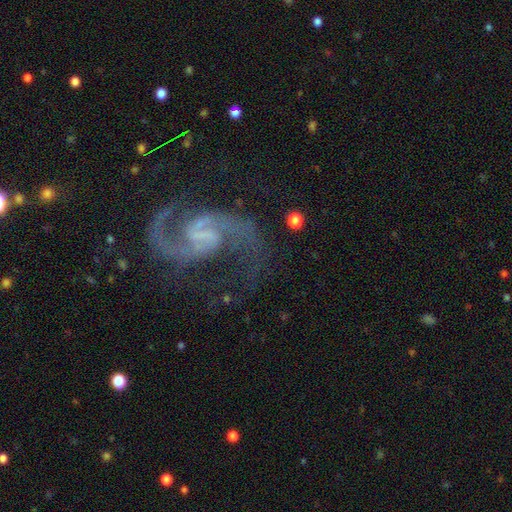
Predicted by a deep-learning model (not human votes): The model was most divided on "bar": weak: 45%, no: 41%, strong: 14%. Remaining: spiral arms — yes (98%); edge-on disk — no (98%); spiral arm count — 2 (94%); smooth or featured — featured or disk (92%); merging — none (75%); spiral winding — medium (56%); bulge size — small (48%).